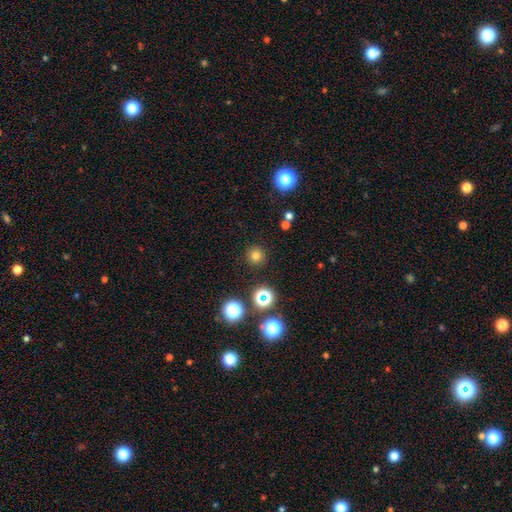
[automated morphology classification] The model was most divided on "smooth or featured": smooth: 74%, star or artifact: 19%, featured or disk: 6%. More confident: how rounded — round (95%); merging — none (90%).